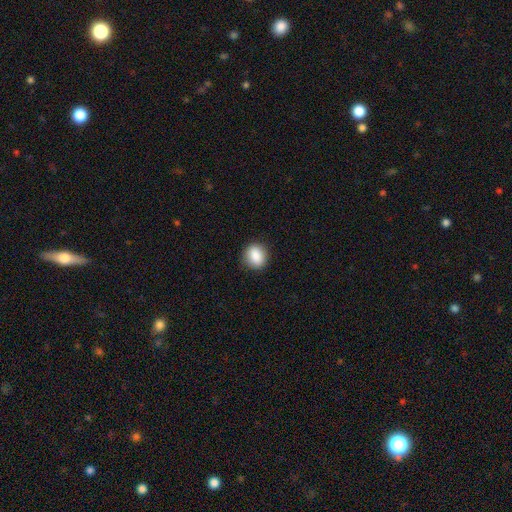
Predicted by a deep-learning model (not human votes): Smooth or featured?
  - smooth: 86% *
  - star or artifact: 8%
  - featured or disk: 6%
How rounded?
  - round: 66% *
  - in between: 33%
  - cigar-shaped: 1%
Merging?
  - none: 87% *
  - minor disturbance: 10%
  - major disturbance: 2%
  - merger: 1%